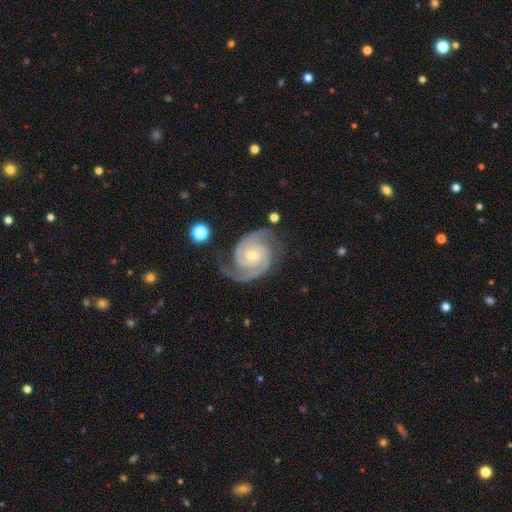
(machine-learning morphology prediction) Smooth or featured?
  - featured or disk: 92% *
  - star or artifact: 5%
  - smooth: 3%
Edge-on disk?
  - no: 98% *
  - yes: 2%
Bar?
  - no: 69% *
  - weak: 21%
  - strong: 9%
Spiral arms?
  - yes: 99% *
  - no: 1%
Spiral winding?
  - tight: 64% *
  - medium: 32%
  - loose: 4%
Spiral arm count?
  - 2: 87% *
  - 3: 6%
  - can't tell: 2%
  - 1: 2%
  - 4: 1%
  - more than 4: 1%
Bulge size?
  - small: 54% *
  - moderate: 43%
  - large: 1%
  - none: 1%
  - dominant: 1%
Merging?
  - none: 79% *
  - minor disturbance: 14%
  - major disturbance: 4%
  - merger: 2%